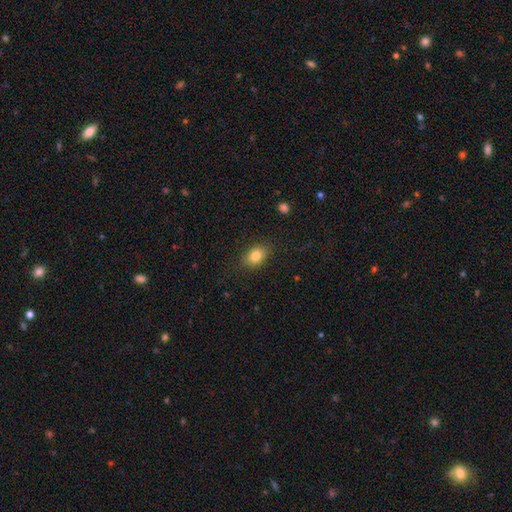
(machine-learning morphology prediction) Smooth or featured? smooth (82%)
How rounded? in between (74%)
Merging? none (85%)